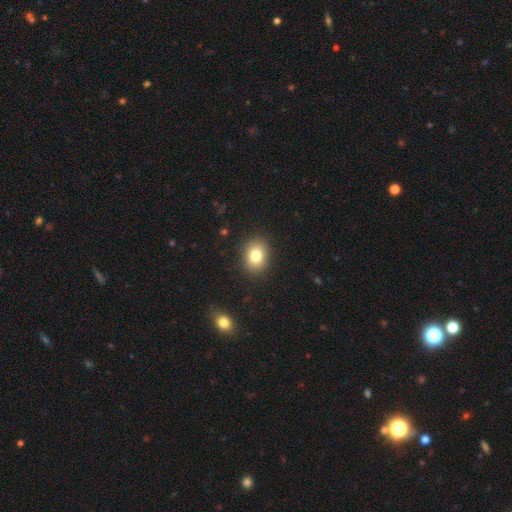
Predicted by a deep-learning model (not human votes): Overall: smooth (81%). How rounded: in between (57%; round 42%). Merging: none (89%).